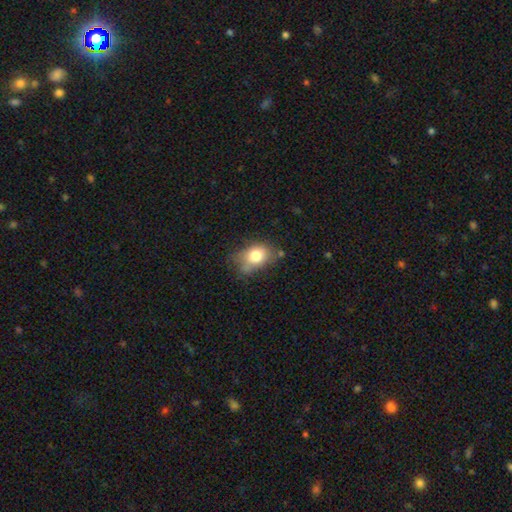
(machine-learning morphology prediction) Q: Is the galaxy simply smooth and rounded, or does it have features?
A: smooth — 77%.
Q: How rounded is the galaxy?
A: in between — 72%.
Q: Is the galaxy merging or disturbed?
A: none — 52%.